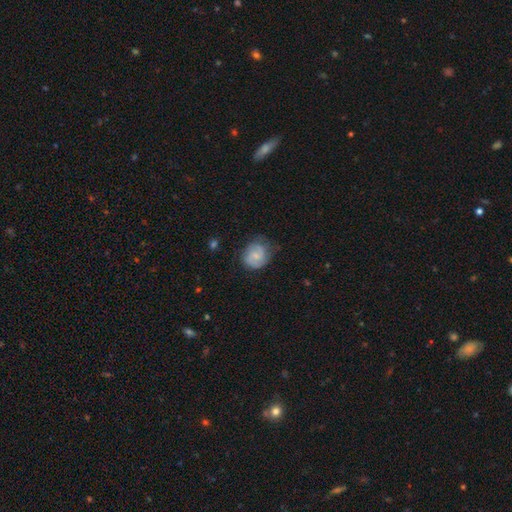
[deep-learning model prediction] featured or disk 52%, smooth 41%, star or artifact 7%. Down the decision tree: edge-on disk — no (98%); bar — no (53%); spiral arms — yes (87%); bulge size — small (57%); merging — none (62%).